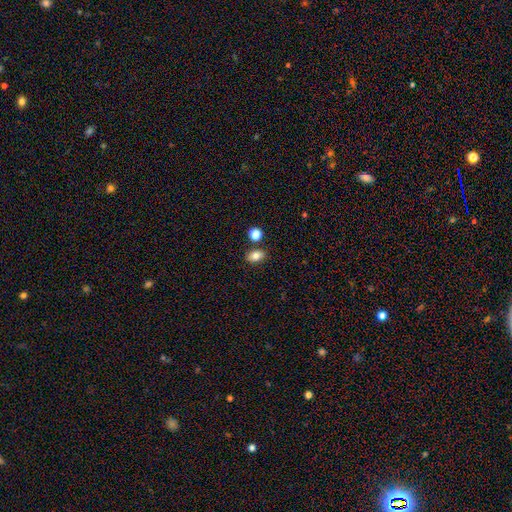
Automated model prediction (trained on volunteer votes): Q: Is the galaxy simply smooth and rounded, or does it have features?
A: smooth — 80%.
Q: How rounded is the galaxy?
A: in between — 79%.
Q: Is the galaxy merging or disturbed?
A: none — 80%.